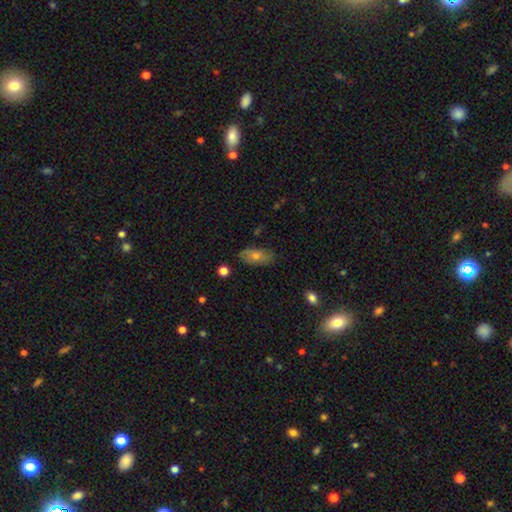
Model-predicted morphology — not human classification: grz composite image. It shows a smooth galaxy with no disk features (56%) that is in between round and cigar-shaped (85%). Merging: none (79%).